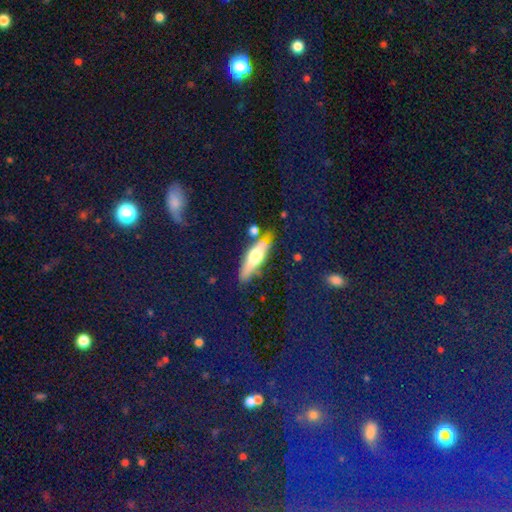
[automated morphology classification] A smooth galaxy with no disk features (48%). Merging: none (77%).